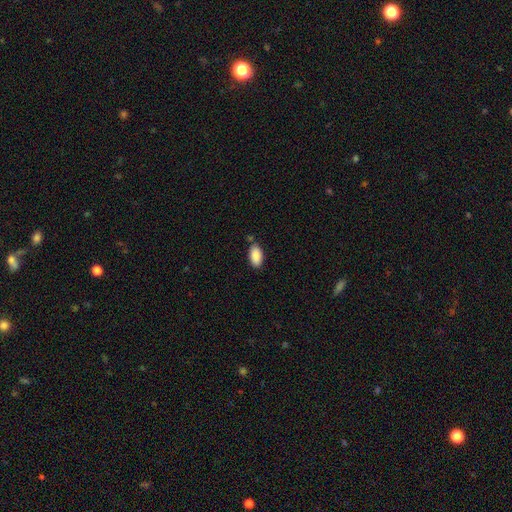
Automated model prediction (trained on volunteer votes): The model was most divided on "merging": none: 79%, minor disturbance: 14%, merger: 5%, major disturbance: 3%. More confident: how rounded — in between (94%); smooth or featured — smooth (89%).